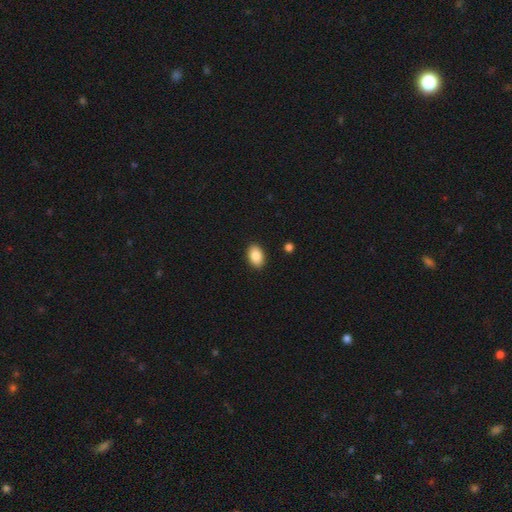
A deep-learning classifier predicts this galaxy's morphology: A smooth galaxy with no disk features (88%) that is in between round and cigar-shaped (88%).

Vote fractions:
- Smooth or featured? smooth: 88% / star or artifact: 7% / featured or disk: 5%
- How rounded? in between: 88% / round: 10% / cigar-shaped: 1%
- Merging? none: 90% / minor disturbance: 7% / major disturbance: 2% / merger: 1%